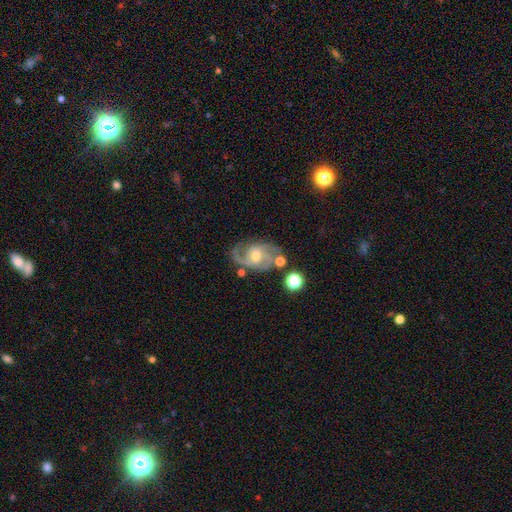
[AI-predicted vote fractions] smooth-or-featured: featured or disk: 86% | smooth: 7% | star or artifact: 7%
  disk-edge-on: no: 97% | yes: 3%
    bar: no: 54% | weak: 37% | strong: 9%
    has-spiral-arms: yes: 97% | no: 3%
      spiral-winding: medium: 53% | tight: 31% | loose: 16%
      spiral-arm-count: 2: 60% | 3: 21% | can't tell: 8% | 1: 4% | 4: 3% | more than 4: 3%
    bulge-size: moderate: 59% | small: 36% | large: 3% | none: 1% | dominant: 1%
  merging: none: 68% | minor disturbance: 18% | major disturbance: 8% | merger: 7%